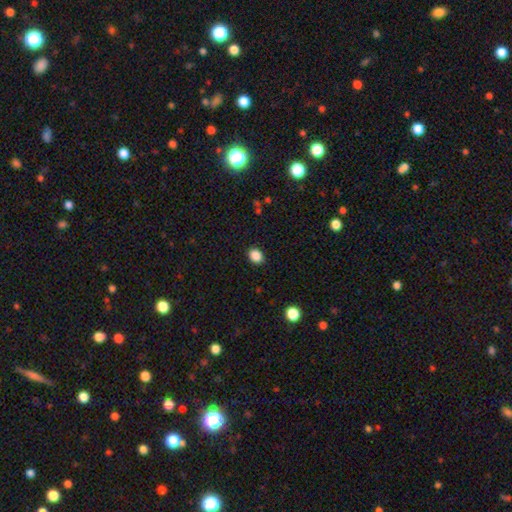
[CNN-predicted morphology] Overall: smooth (87%). How rounded: round (50%; in between 49%). Merging: none (89%).